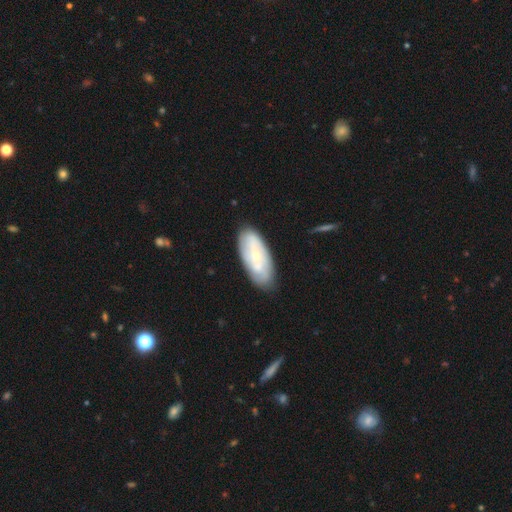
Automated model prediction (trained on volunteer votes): The model was most divided on "smooth or featured": featured or disk: 51%, smooth: 43%, star or artifact: 6%. More confident: edge-on disk — no (89%); merging — none (79%).